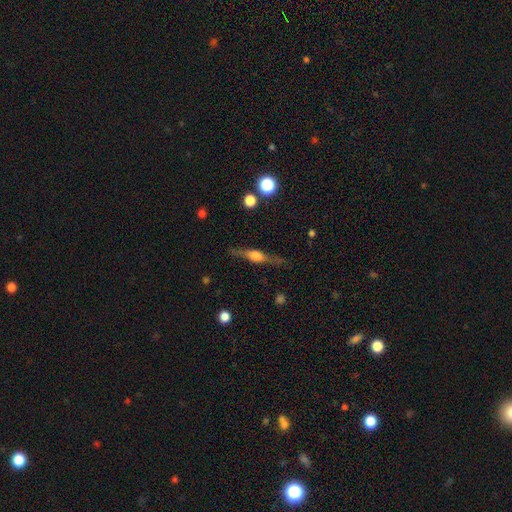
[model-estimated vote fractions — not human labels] Smooth or featured?
  - featured or disk: 72% *
  - smooth: 21%
  - star or artifact: 7%
Edge-on disk?
  - yes: 96% *
  - no: 4%
Edge-on bulge?
  - rounded: 83% *
  - boxy: 14%
  - none: 3%
Merging?
  - none: 82% *
  - minor disturbance: 12%
  - major disturbance: 4%
  - merger: 2%